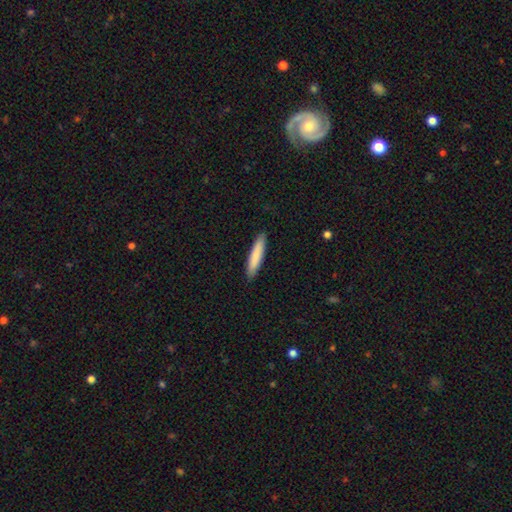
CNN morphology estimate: type=smooth (84%); roundness=cigar-shaped (87%); merging=none (90%).